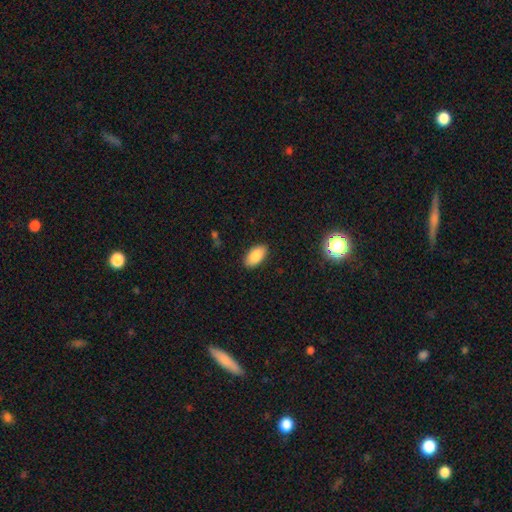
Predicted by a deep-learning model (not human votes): smooth 87%, star or artifact 8%, featured or disk 5%. Down the decision tree: how rounded — in between (94%); merging — none (88%).